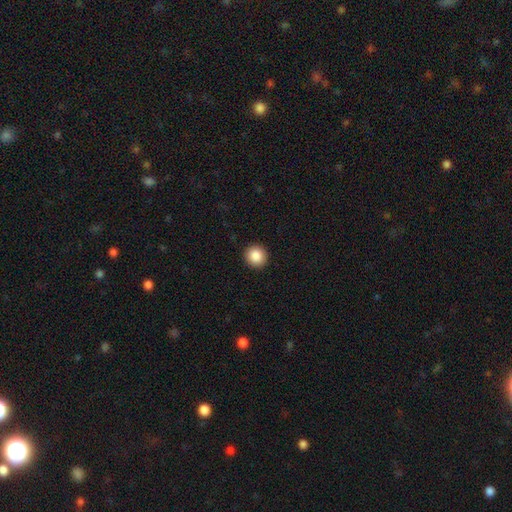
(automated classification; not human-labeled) Morphology: type=smooth (87%); roundness=round (93%); merging=none (93%).